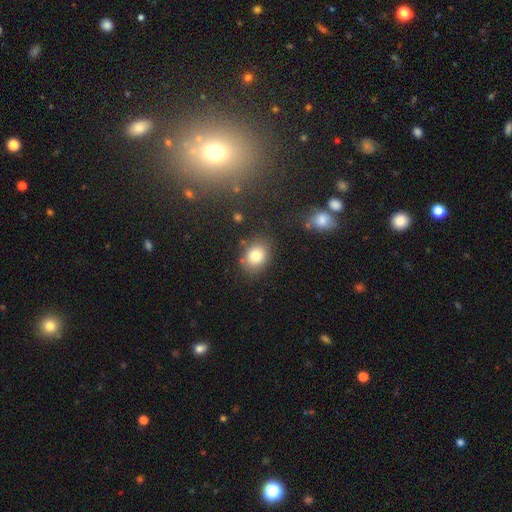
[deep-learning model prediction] Smooth or featured?
  - smooth: 80% *
  - star or artifact: 11%
  - featured or disk: 9%
How rounded?
  - round: 53% *
  - in between: 46%
  - cigar-shaped: 1%
Merging?
  - none: 80% *
  - minor disturbance: 12%
  - merger: 4%
  - major disturbance: 3%